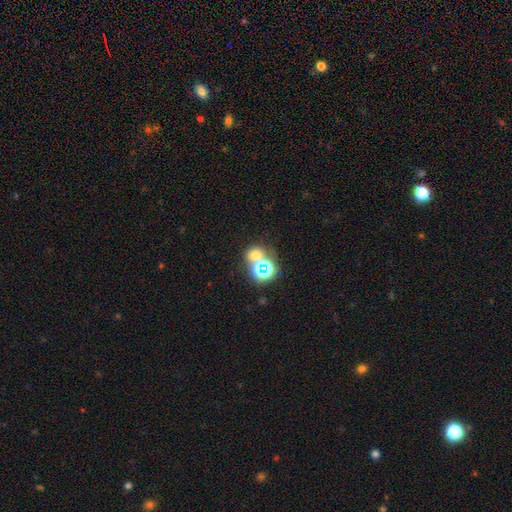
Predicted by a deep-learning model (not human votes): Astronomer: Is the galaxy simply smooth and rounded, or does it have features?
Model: smooth — 54% (runner-up: star or artifact, 37%).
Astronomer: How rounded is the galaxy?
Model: round — 75%.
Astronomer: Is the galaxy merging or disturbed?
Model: none — 56% (runner-up: merger, 32%).